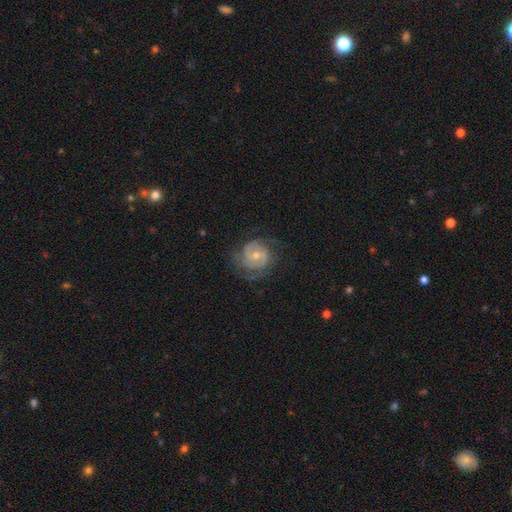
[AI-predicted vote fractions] Overall: featured or disk (80%). Edge-on disk: no (98%). Bar: no (58%; weak 36%). Spiral arms: yes (94%). Spiral arm count: 2 (53%; can't tell 20%). Spiral winding: tight (53%; medium 37%). Bulge size: moderate (52%; small 44%). Merging: none (67%).